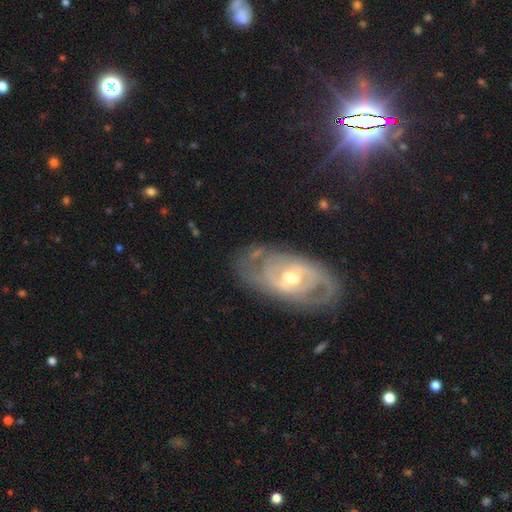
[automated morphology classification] Smooth or featured? Predicted: featured or disk (p=0.84). Edge-on disk? Predicted: no (p=0.93). Bar? Predicted: no (p=0.48). Spiral arms? Predicted: yes (p=0.87). Spiral winding? Predicted: tight (p=0.65). Spiral arm count? Predicted: can't tell (p=0.39). Bulge size? Predicted: moderate (p=0.66). Merging? Predicted: none (p=0.73).